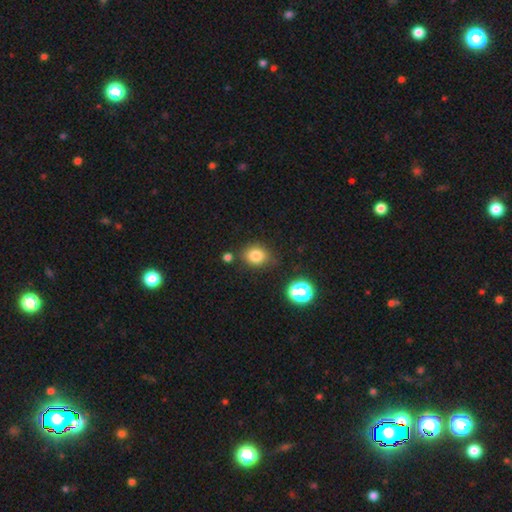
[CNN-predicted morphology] Smooth or featured? Predicted: smooth (p=0.81). How rounded? Predicted: round (p=0.58). Merging? Predicted: none (p=0.77).